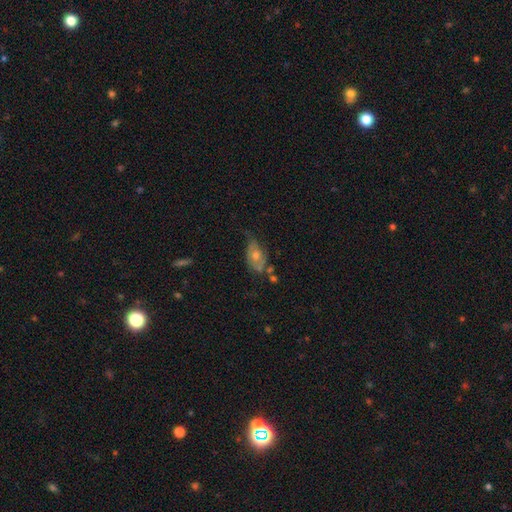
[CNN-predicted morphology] A featured or disk galaxy (56%) with no bar (83%), spiral arms (55%) and a moderate central bulge (67%).

Vote fractions:
- Smooth or featured? featured or disk: 56% / smooth: 33% / star or artifact: 11%
- Edge-on disk? no: 89% / yes: 11%
- Bar? no: 83% / weak: 14% / strong: 3%
- Spiral arms? yes: 55% / no: 45%
- Bulge size? moderate: 67% / small: 26% / large: 4% / none: 2% / dominant: 1%
- Merging? none: 41% / minor disturbance: 33% / major disturbance: 18% / merger: 8%